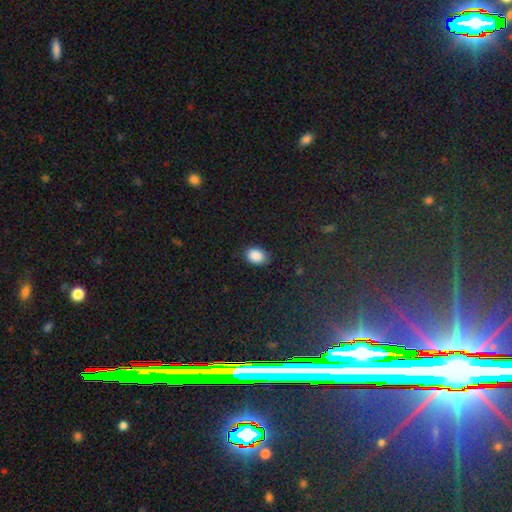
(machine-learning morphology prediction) Smooth or featured? Predicted: smooth (p=0.89). How rounded? Predicted: in between (p=0.74). Merging? Predicted: none (p=0.85).